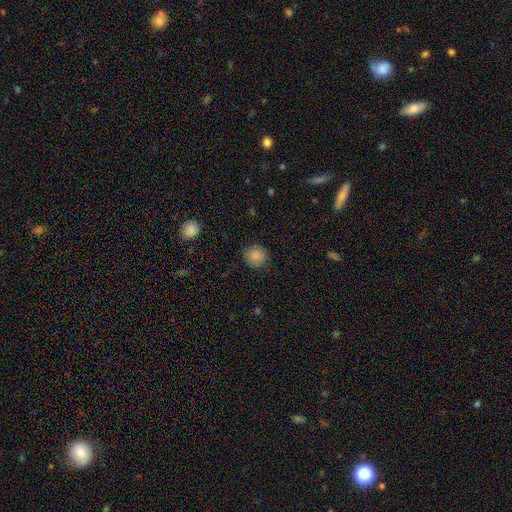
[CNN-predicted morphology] Overall: smooth (86%). How rounded: round (88%). Merging: none (85%).